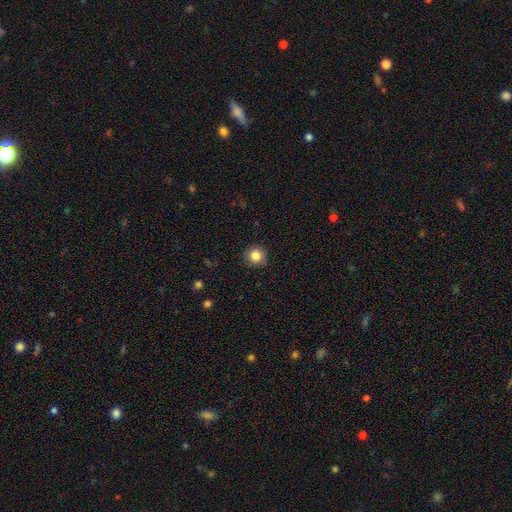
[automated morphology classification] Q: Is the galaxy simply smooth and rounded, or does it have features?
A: smooth — 84%.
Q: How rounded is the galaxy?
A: round — 93%.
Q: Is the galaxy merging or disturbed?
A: none — 87%.